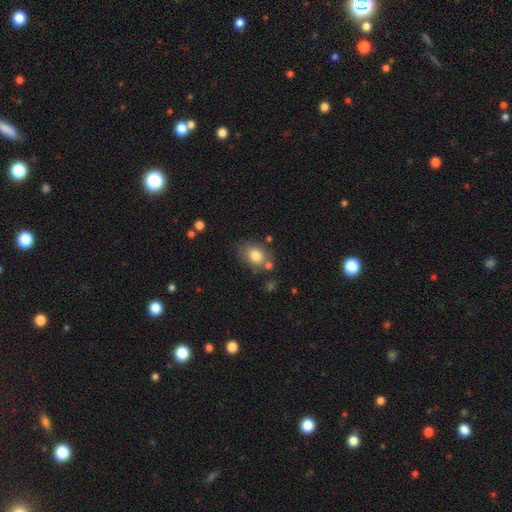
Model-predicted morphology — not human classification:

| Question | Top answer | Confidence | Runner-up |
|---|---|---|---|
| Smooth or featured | smooth | 80% | featured or disk (11%) |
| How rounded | in between | 60% | round (39%) |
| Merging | none | 69% | minor disturbance (16%) |